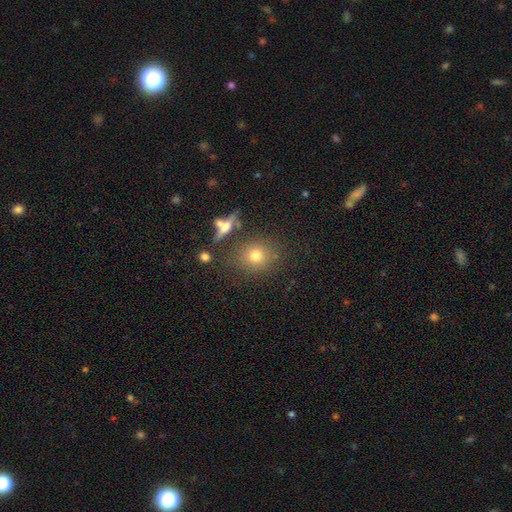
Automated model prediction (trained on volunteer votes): Overall: smooth (67%). How rounded: round (79%). Merging: none (78%).